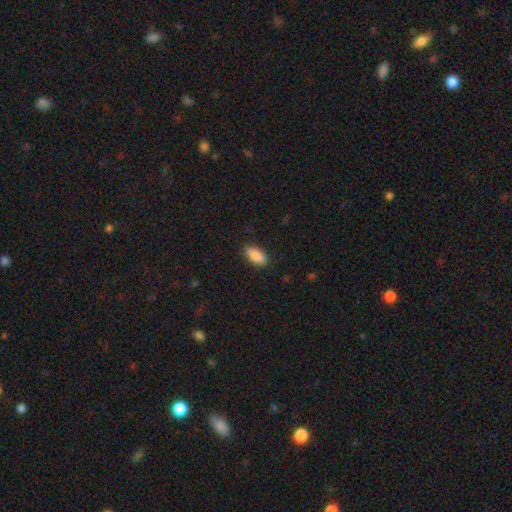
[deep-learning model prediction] This appears to be a smooth galaxy with no disk features (88%) that is in between round and cigar-shaped (87%). Merging: none (87%).